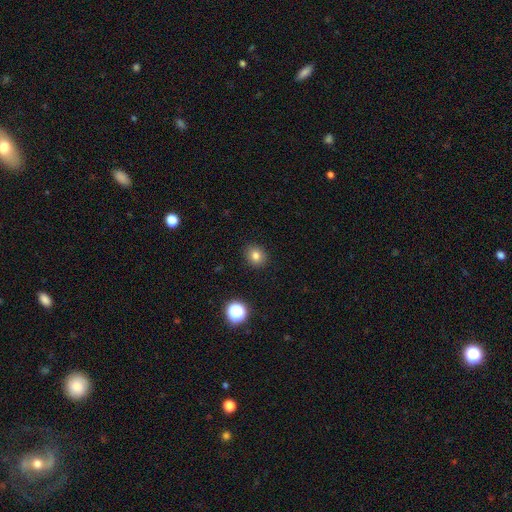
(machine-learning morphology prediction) Q: Smooth or featured?
A: smooth (79%); runner-up: star or artifact (14%)
Q: How rounded?
A: round (73%); runner-up: in between (26%)
Q: Merging?
A: none (90%); runner-up: minor disturbance (7%)